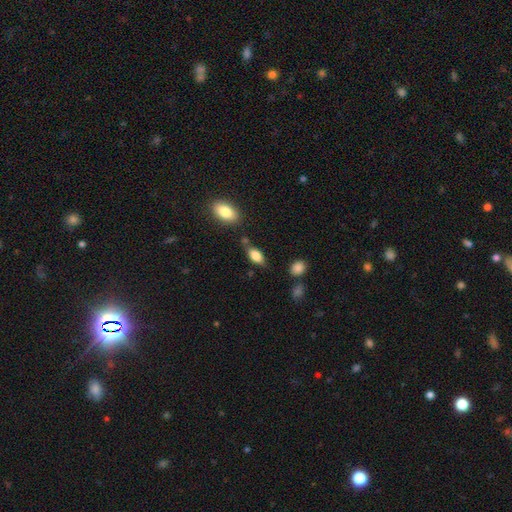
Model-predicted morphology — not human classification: smooth_or_featured: smooth (p=0.83) [alt: featured or disk p=0.09]
how_rounded: in between (p=0.88) [alt: cigar-shaped p=0.08]
merging: none (p=0.71) [alt: minor disturbance p=0.17]